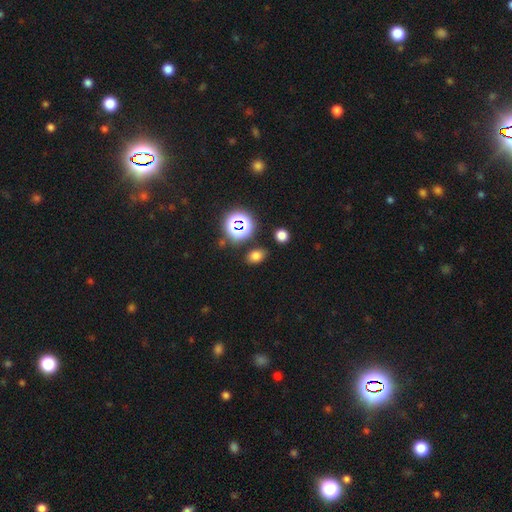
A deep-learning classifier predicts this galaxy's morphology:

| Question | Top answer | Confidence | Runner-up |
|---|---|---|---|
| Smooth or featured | smooth | 70% | star or artifact (23%) |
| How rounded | in between | 75% | round (24%) |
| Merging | none | 83% | minor disturbance (10%) |